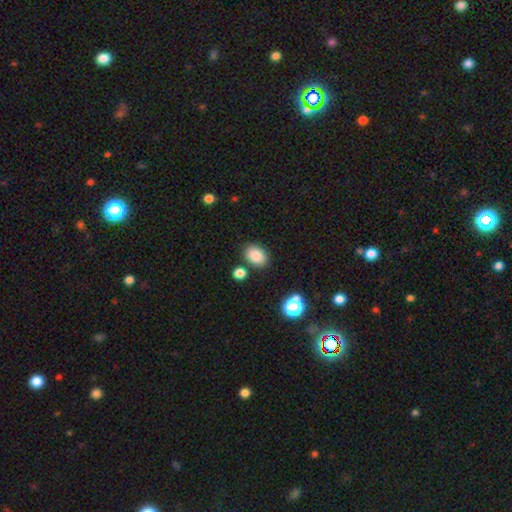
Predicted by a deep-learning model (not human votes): This appears to be a smooth galaxy with no disk features (85%) that is in between round and cigar-shaped (77%). Merging: none (80%).